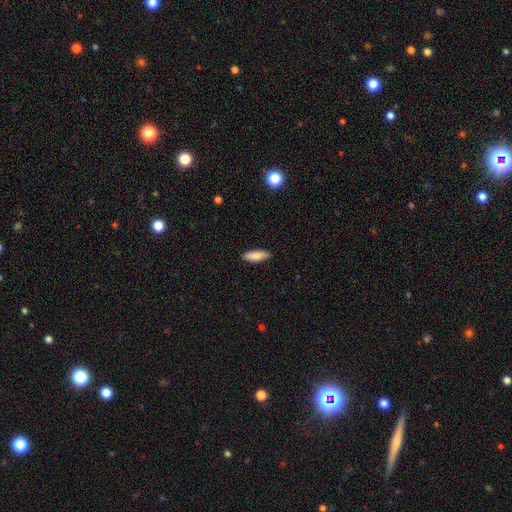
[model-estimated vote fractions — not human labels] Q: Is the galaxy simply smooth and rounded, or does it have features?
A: smooth — 87%.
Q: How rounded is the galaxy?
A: in between — 54%.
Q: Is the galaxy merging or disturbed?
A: none — 90%.